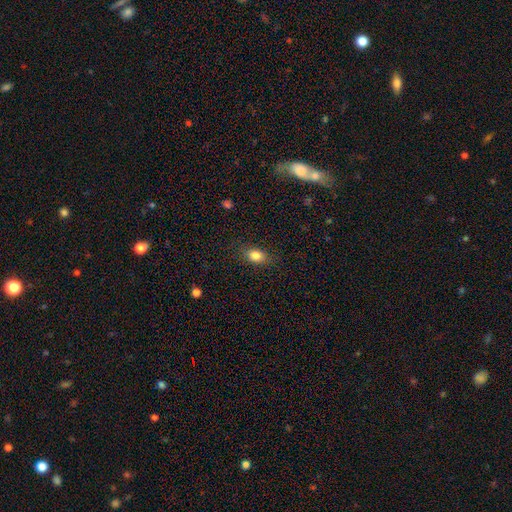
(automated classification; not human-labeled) Q: Smooth or featured?
A: smooth (82%); runner-up: star or artifact (9%)
Q: How rounded?
A: in between (77%); runner-up: round (18%)
Q: Merging?
A: none (83%); runner-up: minor disturbance (13%)